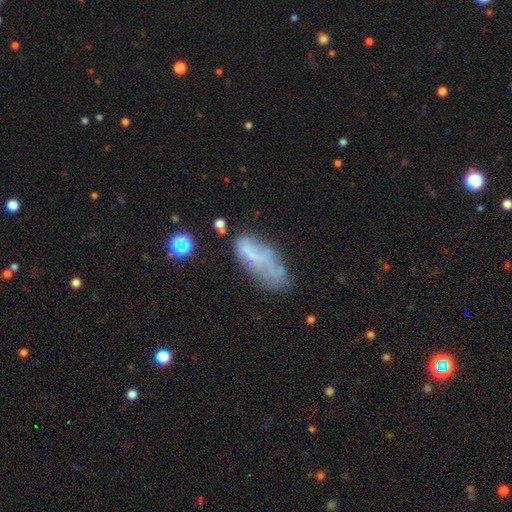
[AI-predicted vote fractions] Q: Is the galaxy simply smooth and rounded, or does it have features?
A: smooth — 50%.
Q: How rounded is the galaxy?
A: in between — 78%.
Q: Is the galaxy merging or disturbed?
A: none — 40%.